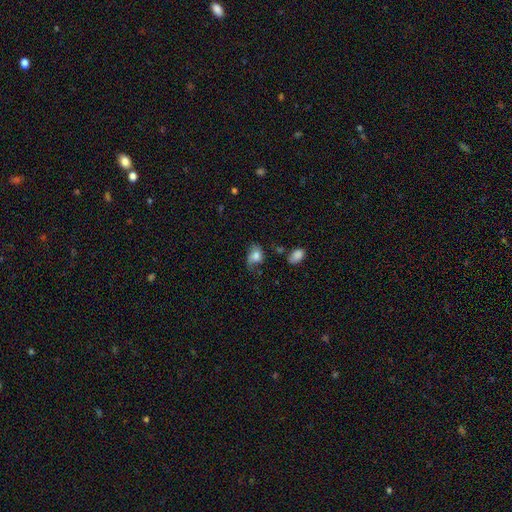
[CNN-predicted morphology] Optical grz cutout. It shows a smooth galaxy with no disk features (66%) that is in between round and cigar-shaped (63%). Merging: none (39%).